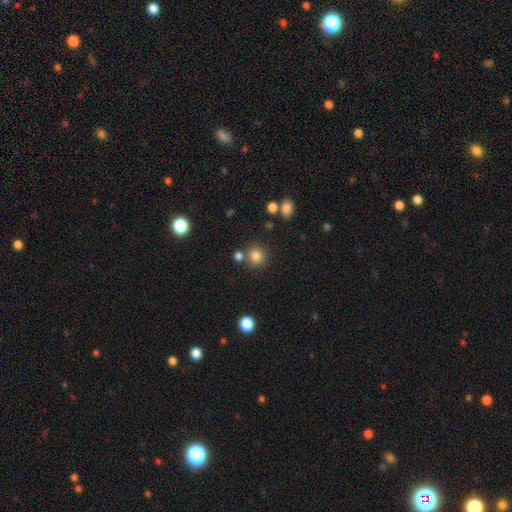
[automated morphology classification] type=smooth (82%); roundness=round (90%); merging=none (75%).